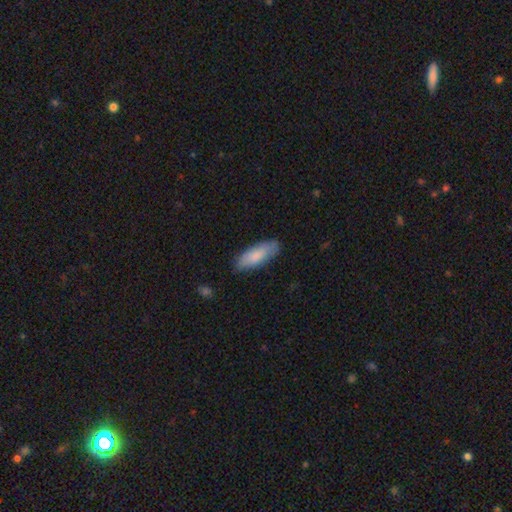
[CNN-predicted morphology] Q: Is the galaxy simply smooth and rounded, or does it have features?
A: smooth — 83%.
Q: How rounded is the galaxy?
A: in between — 71%.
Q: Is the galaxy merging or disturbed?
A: none — 79%.